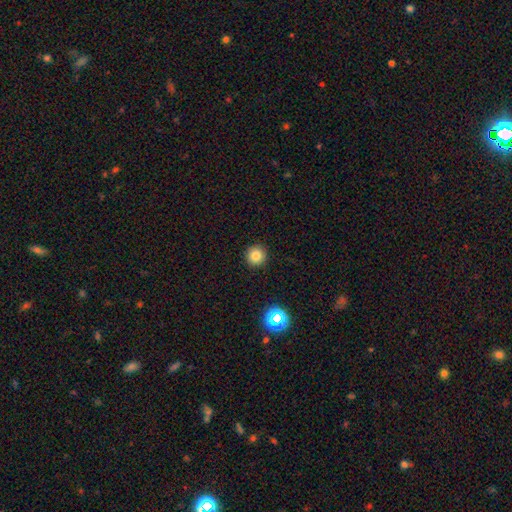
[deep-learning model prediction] Smooth or featured? Predicted: smooth (p=0.80). How rounded? Predicted: round (p=0.95). Merging? Predicted: none (p=0.92).